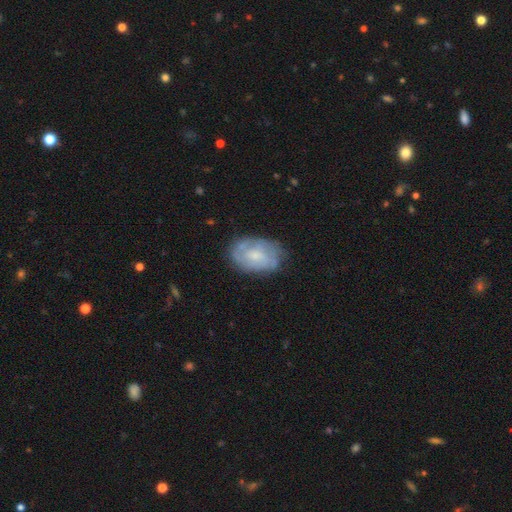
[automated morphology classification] type=featured or disk (53%); edge-on=no (96%); bar=no (66%); spiral arms=yes (68%); bulge=small (51%); merging=none (70%).